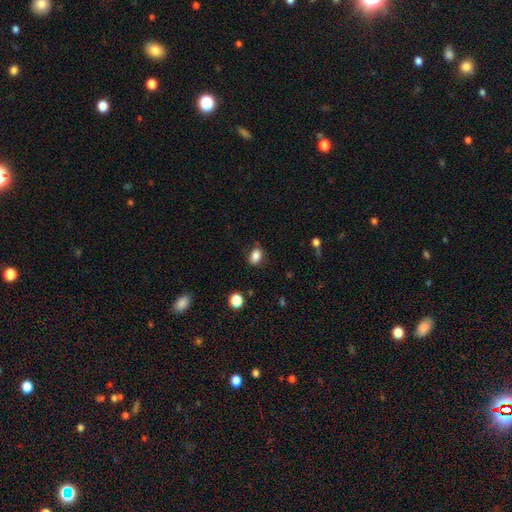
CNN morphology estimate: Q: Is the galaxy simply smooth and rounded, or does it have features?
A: smooth — 85%.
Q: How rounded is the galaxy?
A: in between — 76%.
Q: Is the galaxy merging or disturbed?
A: none — 77%.